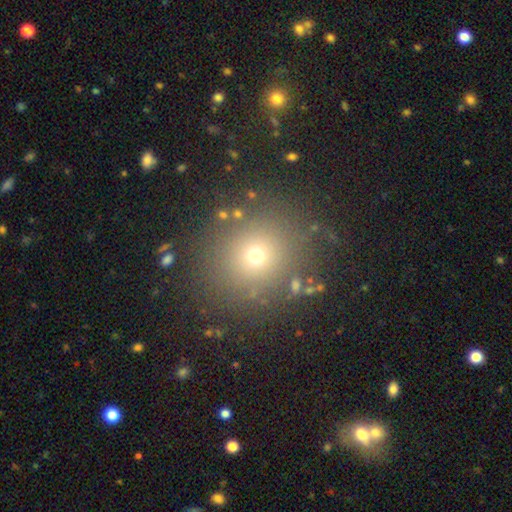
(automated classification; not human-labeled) This appears to be a smooth galaxy with no disk features (66%) that is round (87%). Merging: none (87%).